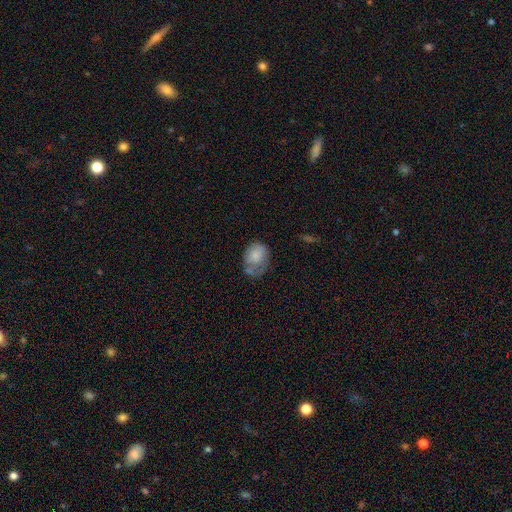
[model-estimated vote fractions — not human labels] A smooth galaxy with no disk features (70%) that is in between round and cigar-shaped (58%).

Vote fractions:
- Smooth or featured? smooth: 70% / featured or disk: 21% / star or artifact: 8%
- How rounded? in between: 58% / round: 41% / cigar-shaped: 1%
- Merging? none: 34% / minor disturbance: 33% / major disturbance: 23% / merger: 10%